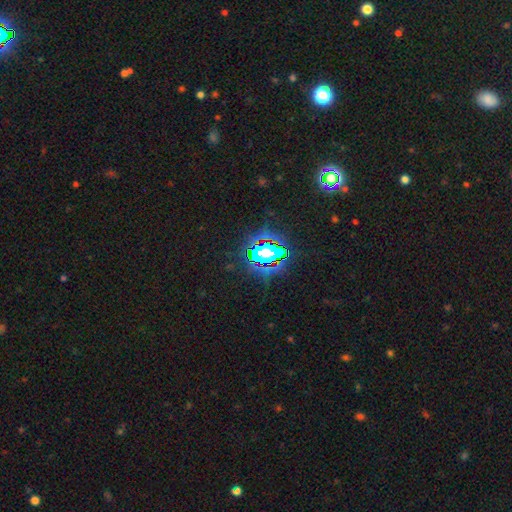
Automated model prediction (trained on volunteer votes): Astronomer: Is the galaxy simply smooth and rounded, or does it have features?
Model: star or artifact — 75%.